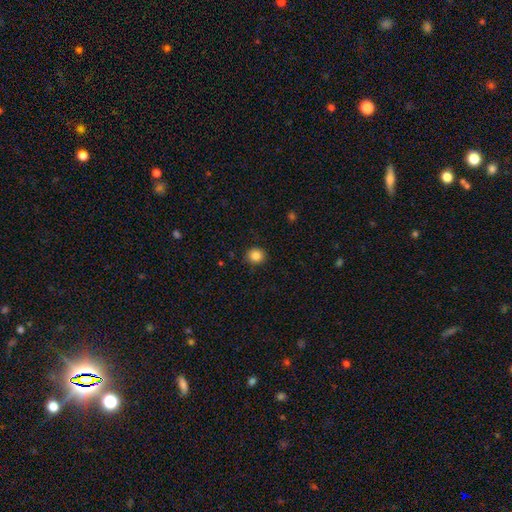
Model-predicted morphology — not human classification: Smooth or featured? Predicted: smooth (p=0.85). How rounded? Predicted: round (p=0.85). Merging? Predicted: none (p=0.90).